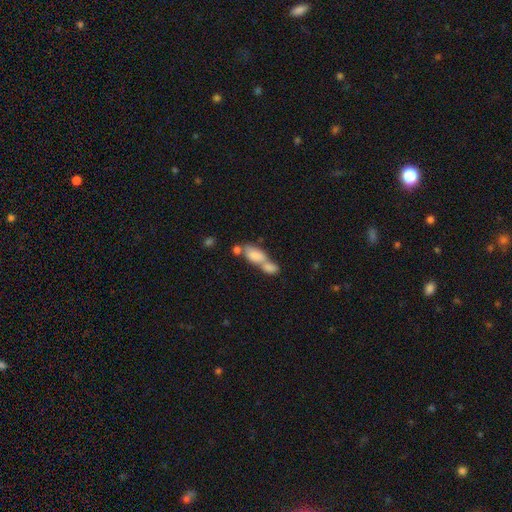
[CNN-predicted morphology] Smooth or featured? smooth (74%)
How rounded? in between (82%)
Merging? merger (68%)